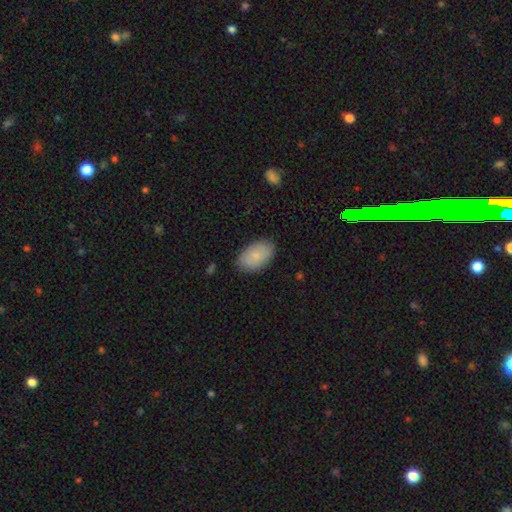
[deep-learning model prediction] Smooth or featured?
  - smooth: 85% *
  - featured or disk: 9%
  - star or artifact: 6%
How rounded?
  - in between: 94% *
  - round: 5%
  - cigar-shaped: 1%
Merging?
  - none: 85% *
  - minor disturbance: 11%
  - major disturbance: 2%
  - merger: 1%